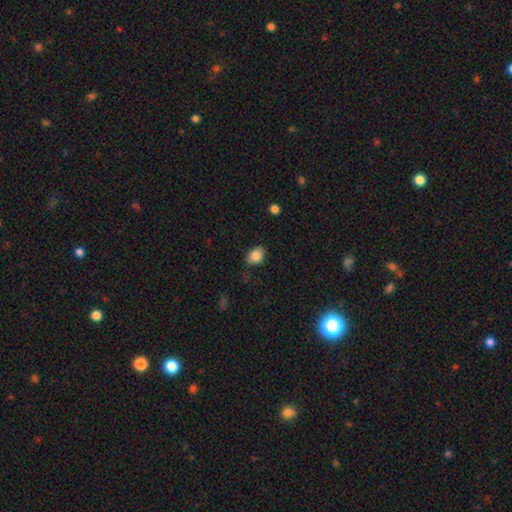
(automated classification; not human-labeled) smooth_or_featured: smooth (p=0.84) [alt: star or artifact p=0.09]
how_rounded: in between (p=0.67) [alt: round p=0.31]
merging: none (p=0.76) [alt: minor disturbance p=0.19]